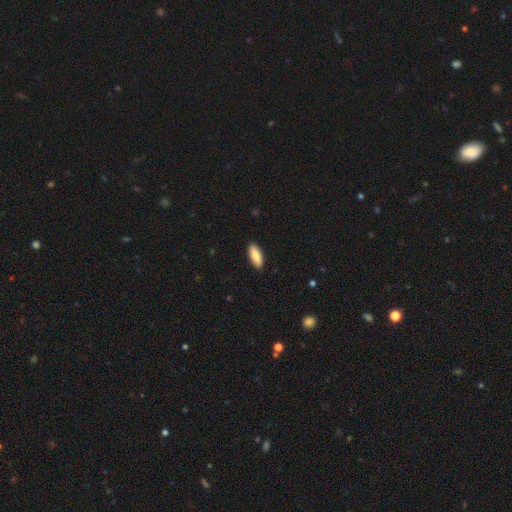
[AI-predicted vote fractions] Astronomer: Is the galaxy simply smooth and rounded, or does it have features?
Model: smooth — 82%.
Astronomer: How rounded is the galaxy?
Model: in between — 72%.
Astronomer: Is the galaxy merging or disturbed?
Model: none — 90%.